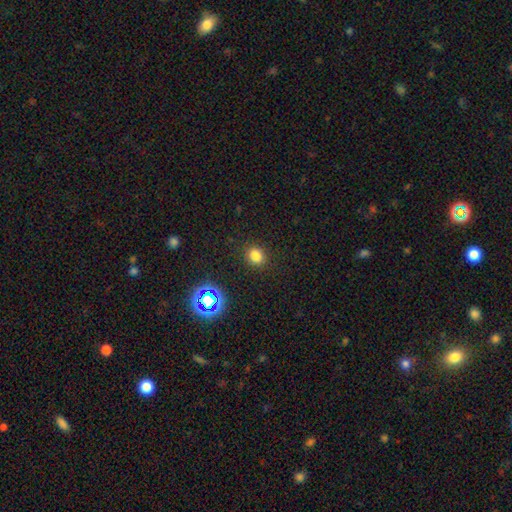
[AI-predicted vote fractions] Smooth or featured? smooth (77%)
How rounded? round (66%)
Merging? none (88%)